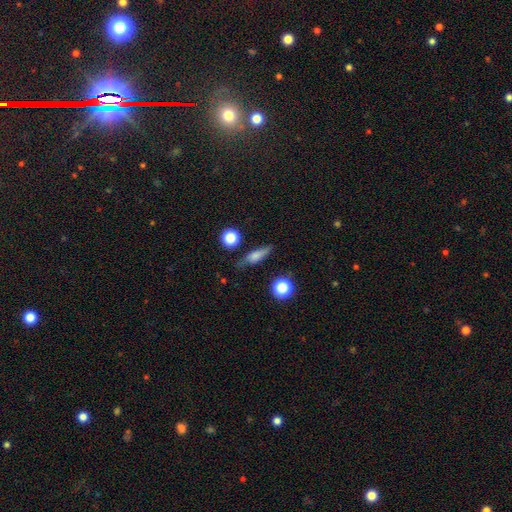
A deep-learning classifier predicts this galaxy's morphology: Smooth or featured? smooth (63%)
How rounded? cigar-shaped (55%)
Merging? none (70%)